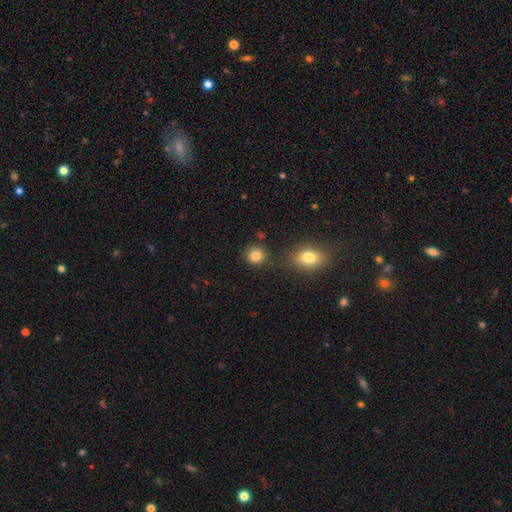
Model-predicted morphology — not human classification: A smooth galaxy with no disk features (84%) that is round (88%).

Vote fractions:
- Smooth or featured? smooth: 84% / star or artifact: 11% / featured or disk: 5%
- How rounded? round: 88% / in between: 11% / cigar-shaped: 1%
- Merging? none: 83% / minor disturbance: 9% / merger: 6% / major disturbance: 3%